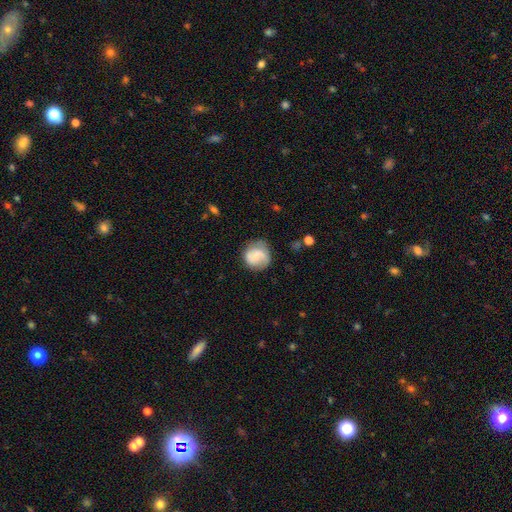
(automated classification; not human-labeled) A smooth galaxy with no disk features (56%) that is round (86%). Merging: none (66%).